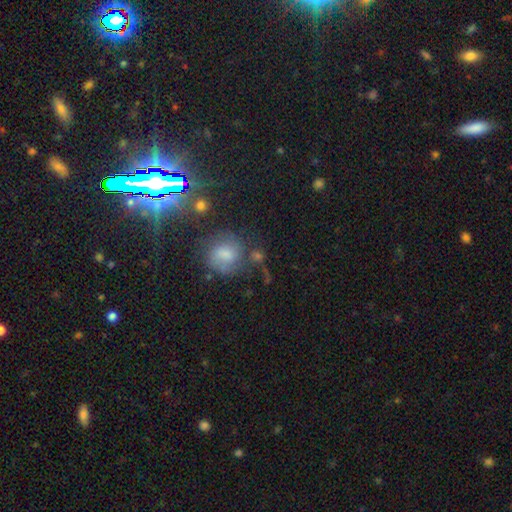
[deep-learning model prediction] Overall: star or artifact (47%; smooth 29%).